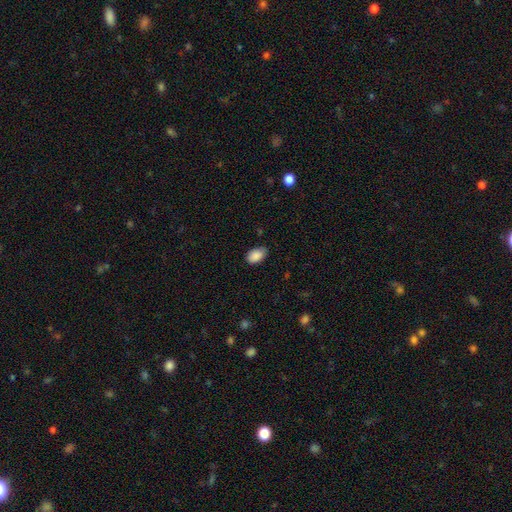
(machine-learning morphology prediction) The model was most divided on "merging": none: 75%, minor disturbance: 21%, major disturbance: 3%, merger: 1%. More confident: how rounded — in between (91%); smooth or featured — smooth (89%).